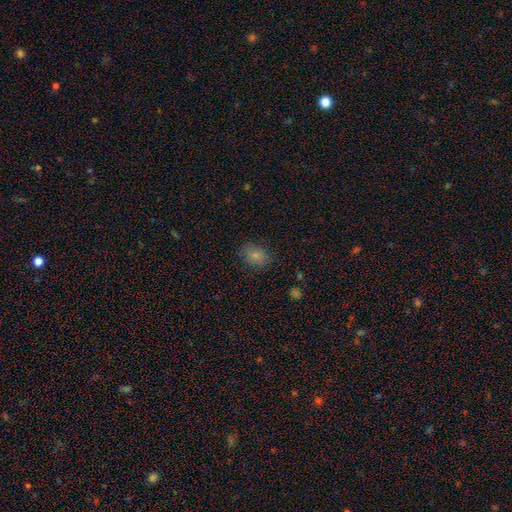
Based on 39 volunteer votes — Volunteers were most divided on "how rounded": in between: 58%, round: 42%, cigar-shaped: 0%. More confident: merging — none (90%); smooth or featured — smooth (85%).